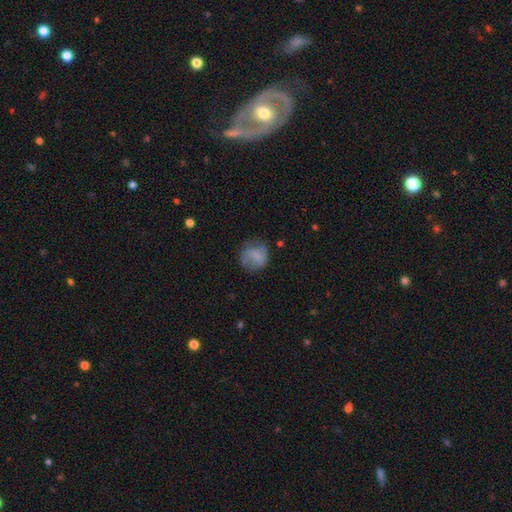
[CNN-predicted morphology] smooth_or_featured: smooth (p=0.56) [alt: featured or disk p=0.35]
how_rounded: round (p=0.80) [alt: in between p=0.19]
merging: none (p=0.66) [alt: minor disturbance p=0.22]